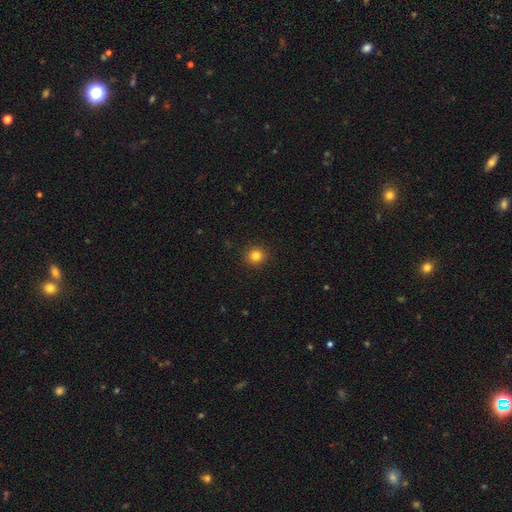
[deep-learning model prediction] Smooth or featured?
  - smooth: 83% *
  - star or artifact: 12%
  - featured or disk: 5%
How rounded?
  - round: 92% *
  - in between: 7%
  - cigar-shaped: 1%
Merging?
  - none: 92% *
  - minor disturbance: 5%
  - major disturbance: 2%
  - merger: 1%